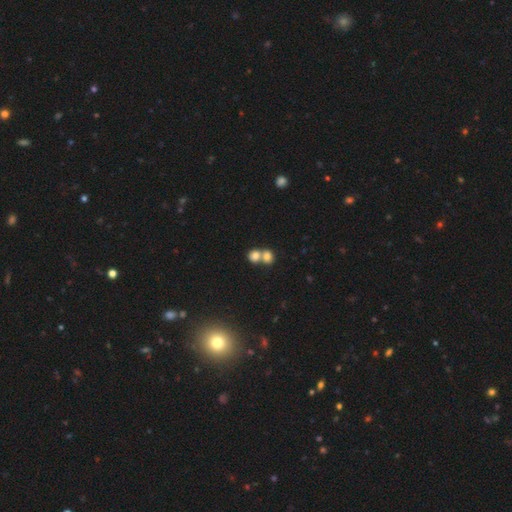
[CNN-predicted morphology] Smooth or featured? Predicted: smooth (p=0.78). How rounded? Predicted: round (p=0.68). Merging? Predicted: merger (p=0.65).